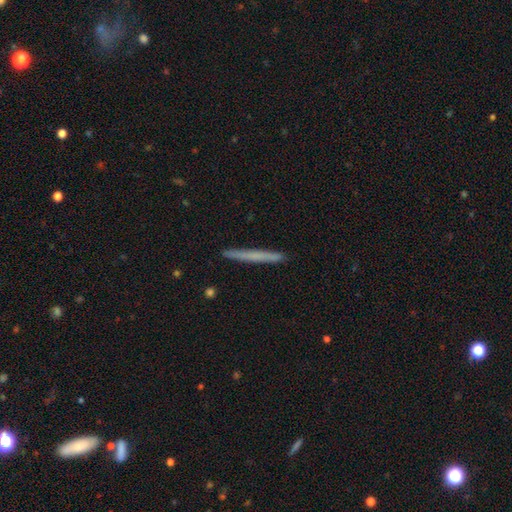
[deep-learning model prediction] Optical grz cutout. It shows a smooth galaxy with no disk features (58%) that is cigar-shaped (97%). Merging: none (92%).